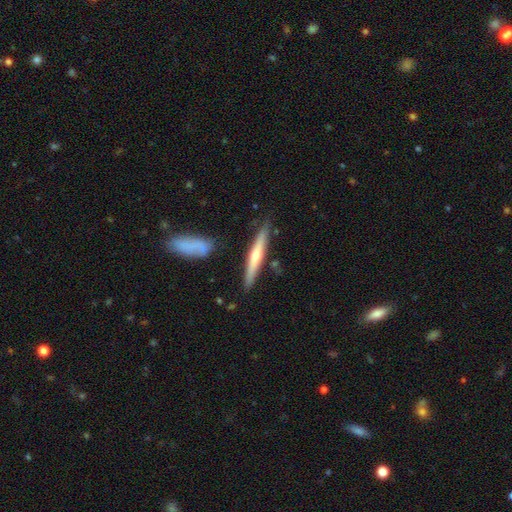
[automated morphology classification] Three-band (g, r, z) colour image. It shows a featured or disk galaxy (57%) viewed edge-on (96%) with a rounded central bulge (74%). Merging: none (84%).